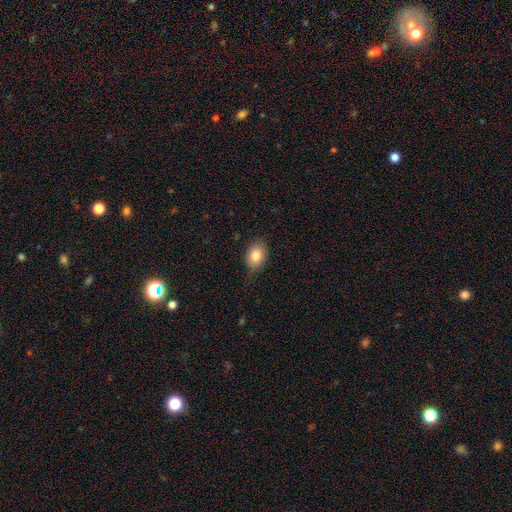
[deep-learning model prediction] Overall: smooth (83%). How rounded: in between (72%). Merging: none (73%).